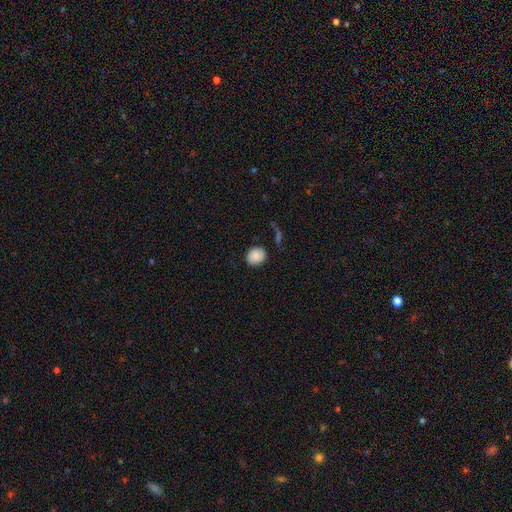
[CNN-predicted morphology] smooth-or-featured: smooth: 86% | star or artifact: 8% | featured or disk: 6%
  how-rounded: round: 71% | in between: 28% | cigar-shaped: 1%
  merging: none: 81% | minor disturbance: 13% | major disturbance: 3% | merger: 3%